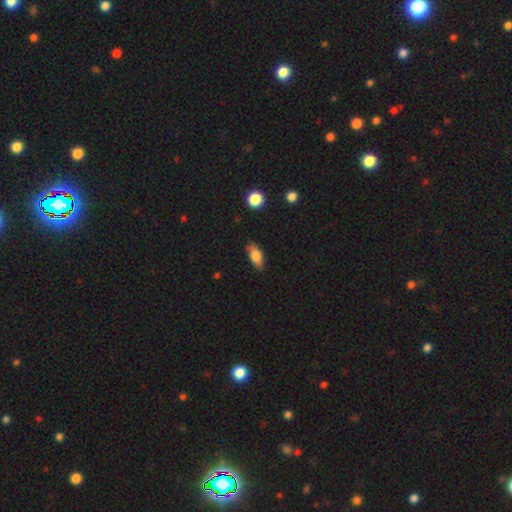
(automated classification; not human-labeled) Smooth or featured? smooth (77%)
How rounded? in between (81%)
Merging? none (80%)